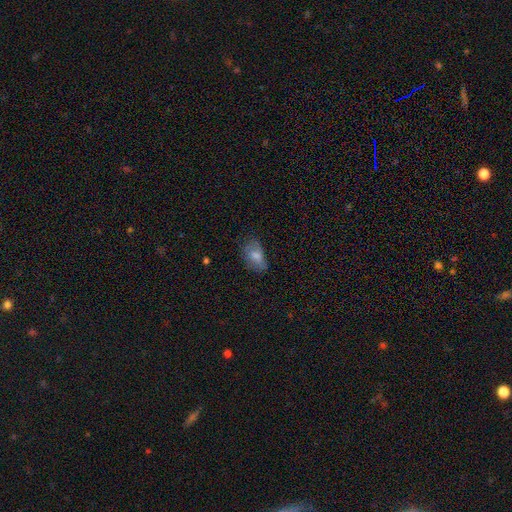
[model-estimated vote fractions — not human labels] smooth-or-featured: smooth: 71% | featured or disk: 19% | star or artifact: 9%
  how-rounded: in between: 90% | round: 7% | cigar-shaped: 3%
  merging: none: 50% | minor disturbance: 31% | major disturbance: 17% | merger: 2%